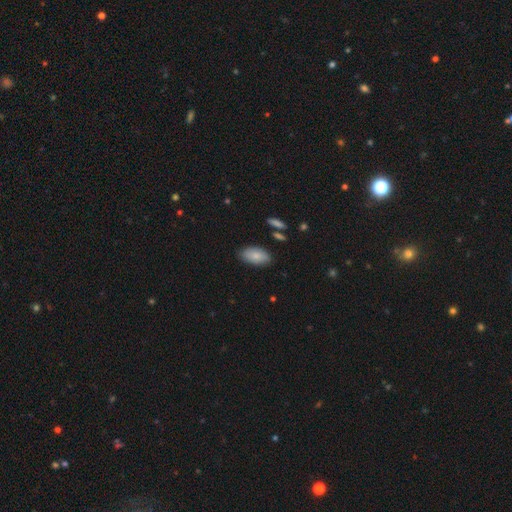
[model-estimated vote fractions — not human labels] smooth 83%, featured or disk 11%, star or artifact 6%. Down the decision tree: how rounded — in between (93%); merging — none (84%).